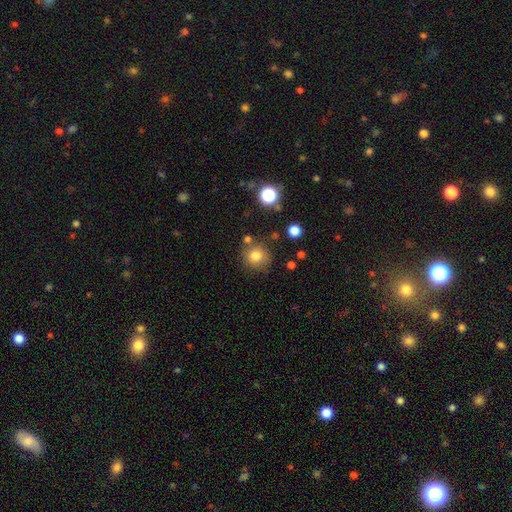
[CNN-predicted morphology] Smooth or featured? smooth (80%)
How rounded? round (92%)
Merging? none (80%)